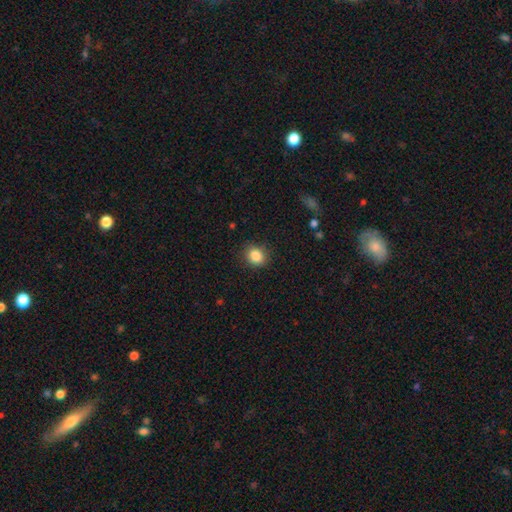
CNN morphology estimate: smooth_or_featured: smooth (p=0.86) [alt: star or artifact p=0.10]
how_rounded: round (p=0.69) [alt: in between p=0.31]
merging: none (p=0.87) [alt: minor disturbance p=0.09]